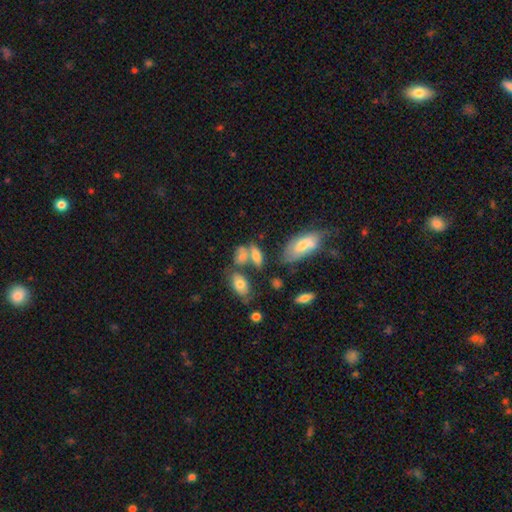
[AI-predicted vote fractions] This is likely a smooth galaxy (65%). How rounded: clearly in between (80%). Merging: marginally none (39%).